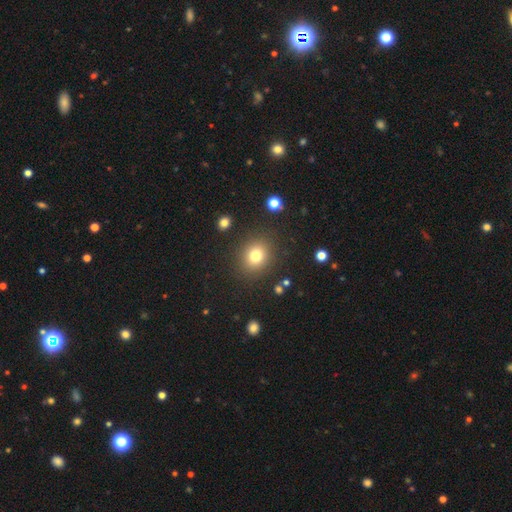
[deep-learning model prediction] Smooth or featured? Predicted: smooth (p=0.79). How rounded? Predicted: round (p=0.71). Merging? Predicted: none (p=0.87).